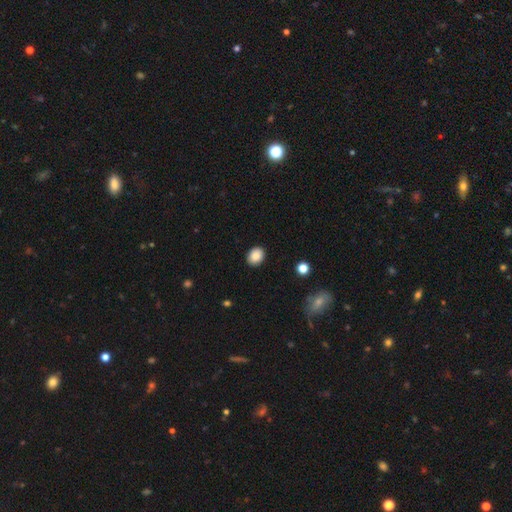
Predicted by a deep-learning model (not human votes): This appears to be a smooth galaxy with no disk features (88%) that is in between round and cigar-shaped (53%). Merging: none (90%).